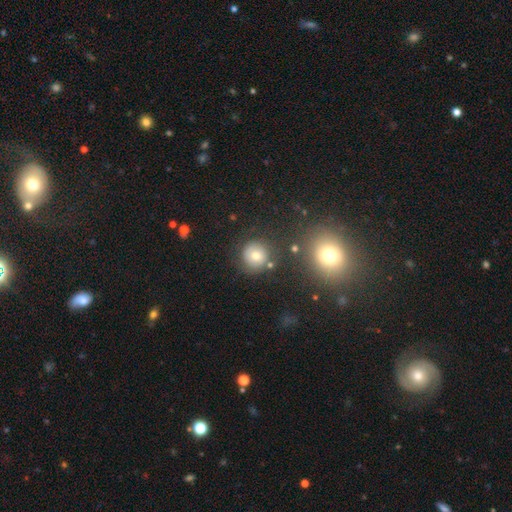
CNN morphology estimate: Smooth or featured? Predicted: smooth (p=0.70). How rounded? Predicted: round (p=0.91). Merging? Predicted: none (p=0.79).